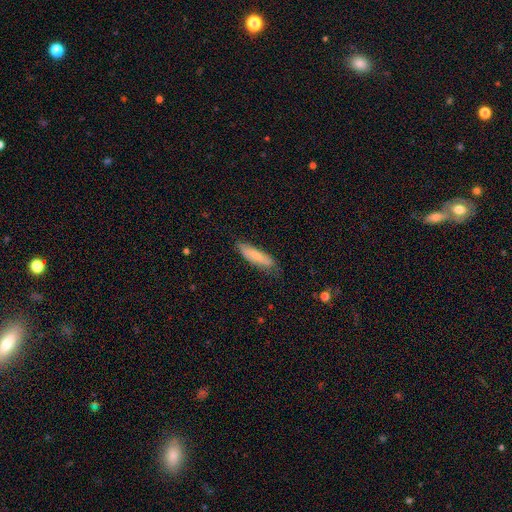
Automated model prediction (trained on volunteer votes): smooth_or_featured: smooth (p=0.75) [alt: featured or disk p=0.19]
how_rounded: cigar-shaped (p=0.68) [alt: in between p=0.30]
merging: none (p=0.74) [alt: minor disturbance p=0.21]